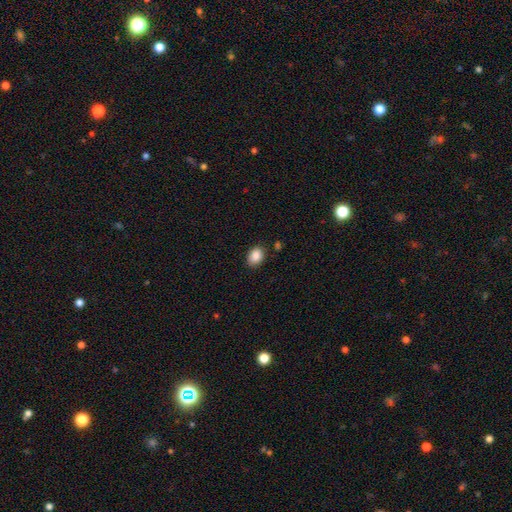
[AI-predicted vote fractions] Morphology: type=smooth (88%); roundness=in between (70%); merging=none (84%).